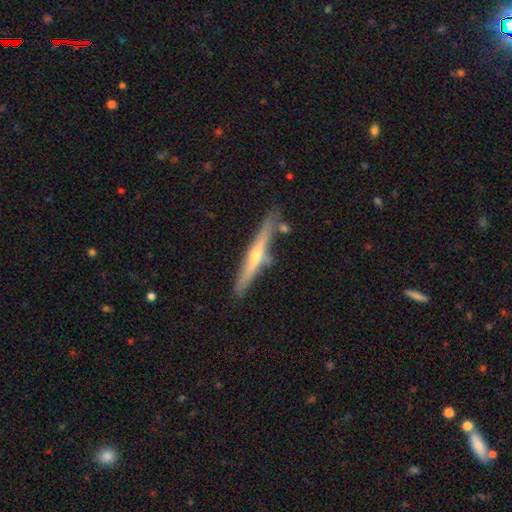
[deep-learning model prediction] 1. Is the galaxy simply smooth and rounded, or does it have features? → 66% featured or disk, 28% smooth, 6% star or artifact.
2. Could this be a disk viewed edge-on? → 95% yes, 5% no.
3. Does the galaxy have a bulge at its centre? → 82% rounded, 15% none, 3% boxy.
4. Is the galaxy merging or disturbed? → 79% none, 13% minor disturbance, 6% merger, 3% major disturbance.